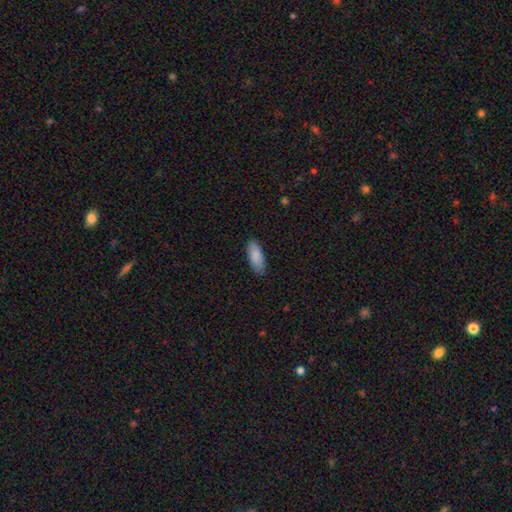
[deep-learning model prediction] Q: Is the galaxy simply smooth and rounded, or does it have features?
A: smooth — 88%.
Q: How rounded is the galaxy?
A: in between — 74%.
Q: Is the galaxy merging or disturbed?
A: none — 86%.